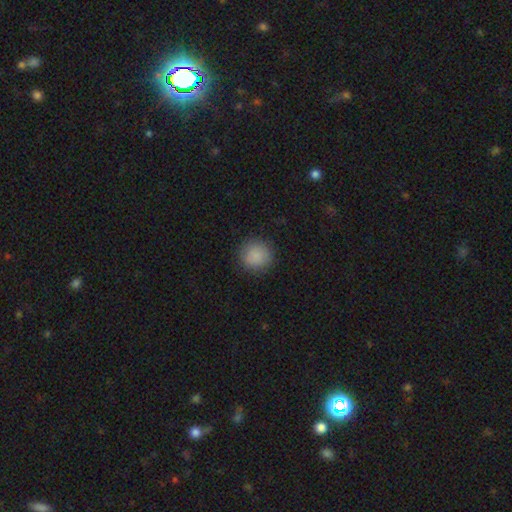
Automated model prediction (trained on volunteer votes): Smooth or featured: smooth — 88% (star or artifact — 8%)
How rounded: round — 93% (in between — 6%)
Merging: none — 89% (minor disturbance — 7%)